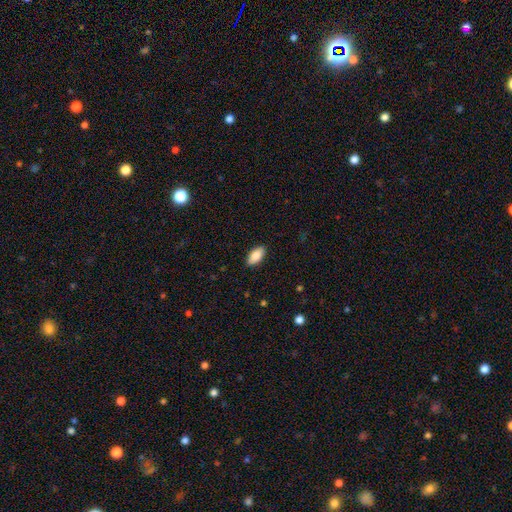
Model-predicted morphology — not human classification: Smooth or featured?
  - smooth: 85% *
  - featured or disk: 8%
  - star or artifact: 6%
How rounded?
  - in between: 90% *
  - cigar-shaped: 7%
  - round: 2%
Merging?
  - none: 89% *
  - minor disturbance: 8%
  - major disturbance: 2%
  - merger: 1%